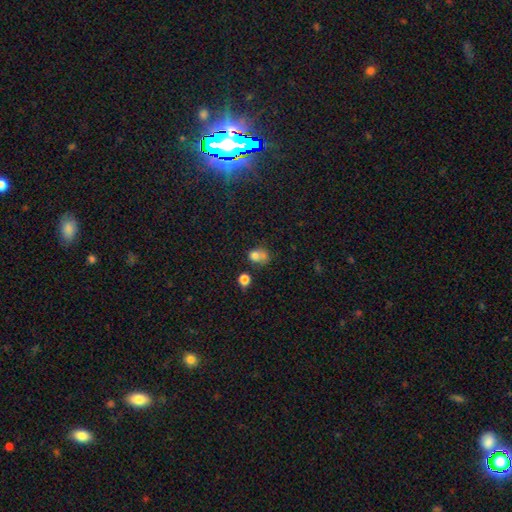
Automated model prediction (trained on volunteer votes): This is likely a smooth galaxy (73%). How rounded: possibly round (51%). Merging: marginally merger (35%).